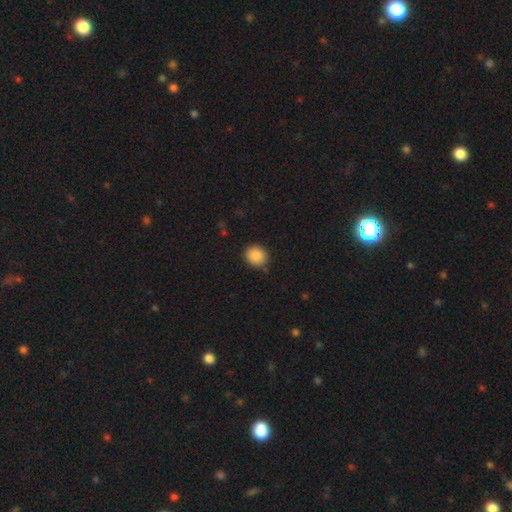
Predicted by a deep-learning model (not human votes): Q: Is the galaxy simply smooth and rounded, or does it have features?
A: smooth — 88%.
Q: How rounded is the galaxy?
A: round — 81%.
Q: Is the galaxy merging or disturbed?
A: none — 86%.